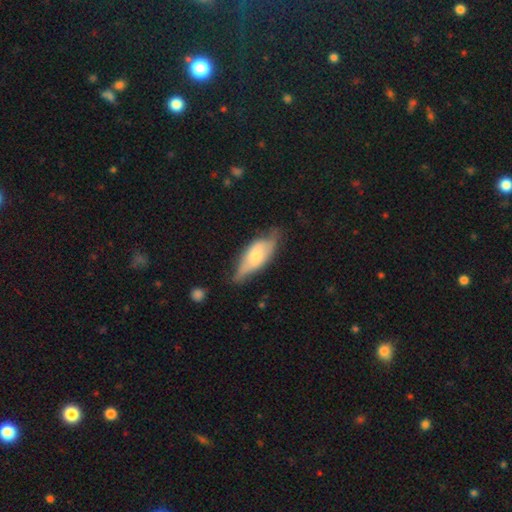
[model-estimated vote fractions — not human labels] The model was most divided on "smooth or featured": smooth: 51%, featured or disk: 43%, star or artifact: 6%. More confident: how rounded — in between (72%); merging — none (55%).